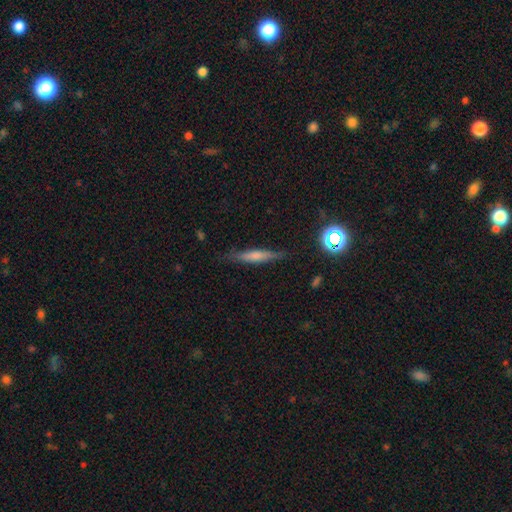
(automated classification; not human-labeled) Morphology: type=smooth (54%); roundness=cigar-shaped (87%); merging=none (82%).